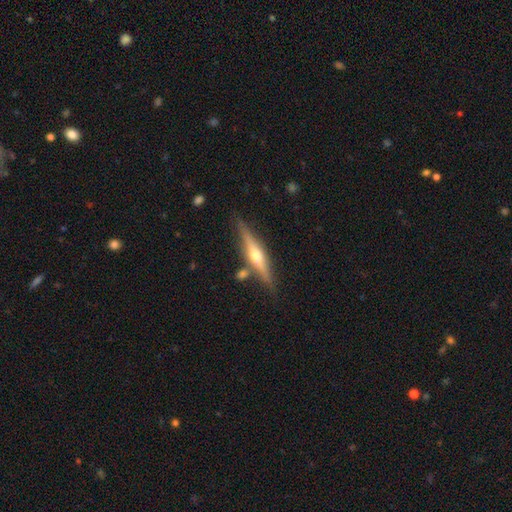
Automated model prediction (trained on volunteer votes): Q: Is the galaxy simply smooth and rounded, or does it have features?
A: featured or disk — 71%.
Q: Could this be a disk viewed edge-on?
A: yes — 96%.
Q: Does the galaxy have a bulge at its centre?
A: rounded — 93%.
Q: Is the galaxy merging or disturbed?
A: none — 81%.